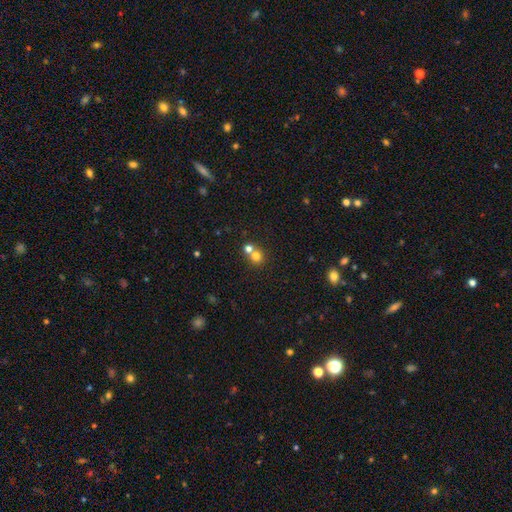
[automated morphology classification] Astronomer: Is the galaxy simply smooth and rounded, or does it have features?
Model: smooth — 74%.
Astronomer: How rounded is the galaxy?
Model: round — 85%.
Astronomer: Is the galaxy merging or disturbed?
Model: merger — 49% (runner-up: none, 43%).